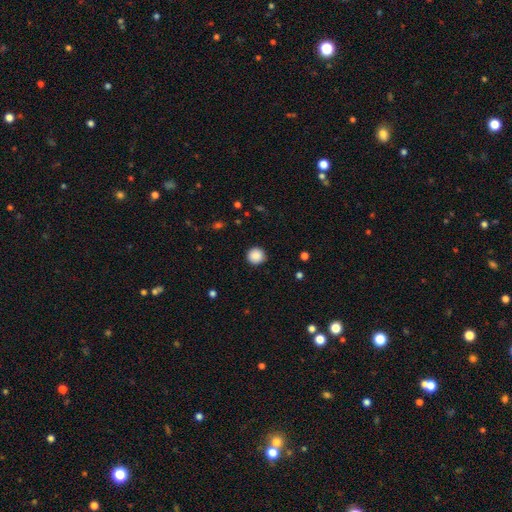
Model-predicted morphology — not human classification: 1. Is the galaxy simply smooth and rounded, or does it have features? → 88% smooth, 9% star or artifact, 3% featured or disk.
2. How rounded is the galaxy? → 95% round, 4% in between, 1% cigar-shaped.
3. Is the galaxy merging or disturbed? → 91% none, 6% minor disturbance, 2% major disturbance, 1% merger.